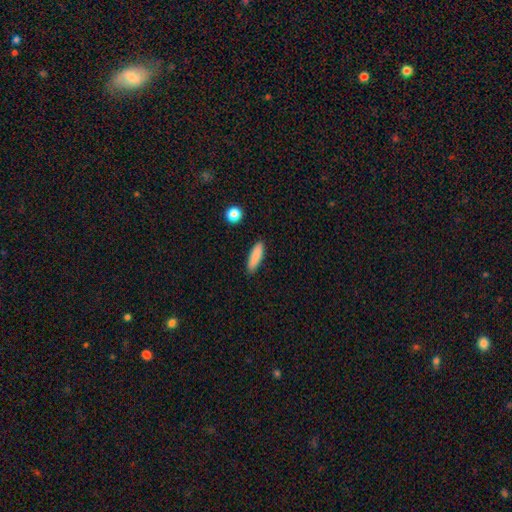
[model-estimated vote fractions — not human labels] Smooth or featured: smooth — 85% (featured or disk — 8%)
How rounded: cigar-shaped — 64% (in between — 34%)
Merging: none — 88% (minor disturbance — 9%)